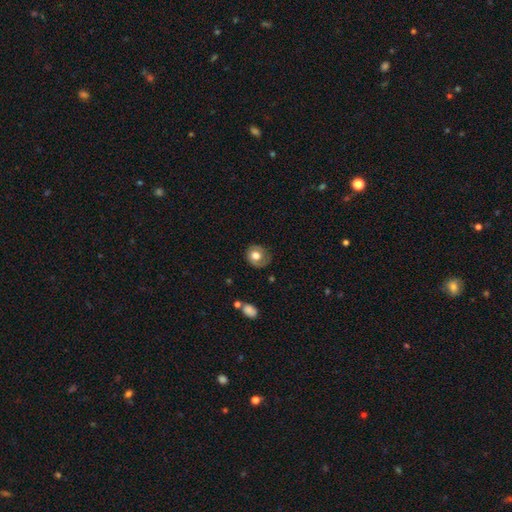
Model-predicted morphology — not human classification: Smooth or featured: smooth — 65% (featured or disk — 27%)
How rounded: round — 76% (in between — 23%)
Merging: none — 69% (minor disturbance — 21%)